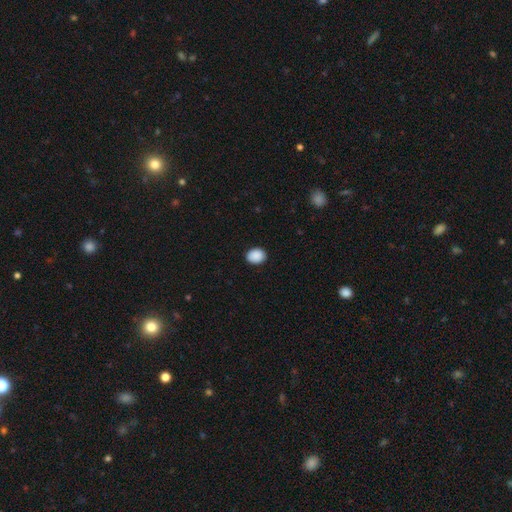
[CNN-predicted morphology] Smooth or featured? Predicted: smooth (p=0.90). How rounded? Predicted: round (p=0.50). Merging? Predicted: none (p=0.89).